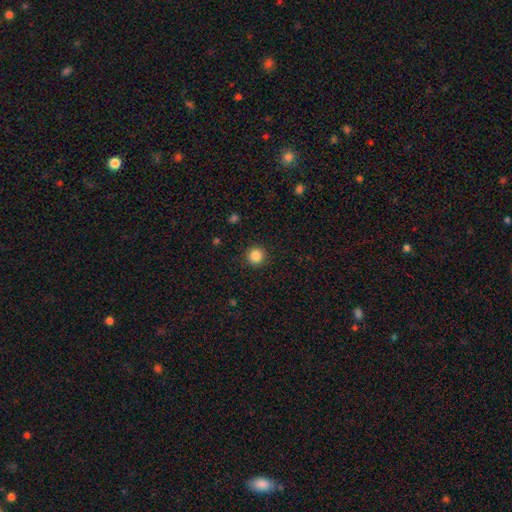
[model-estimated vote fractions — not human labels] Overall: smooth (85%). How rounded: round (95%). Merging: none (92%).